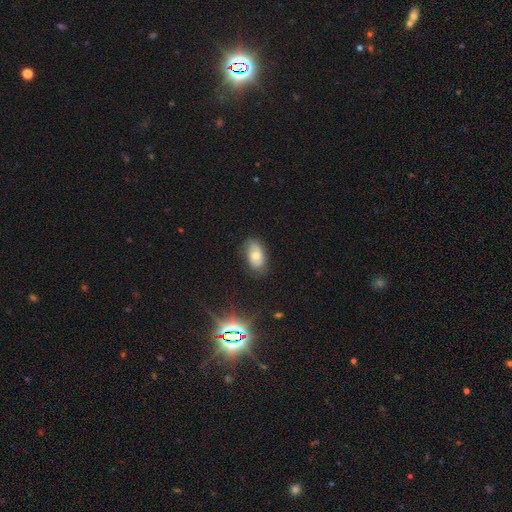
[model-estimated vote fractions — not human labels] smooth 63%, featured or disk 25%, star or artifact 12%. Down the decision tree: how rounded — in between (92%); merging — none (74%).